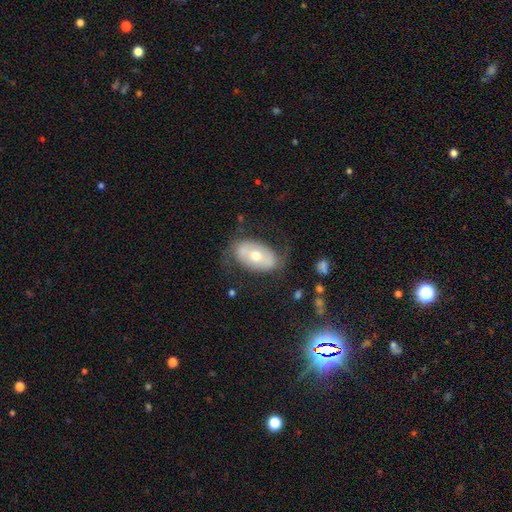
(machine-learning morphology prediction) Smooth or featured? Predicted: featured or disk (p=0.48). Merging? Predicted: none (p=0.66).